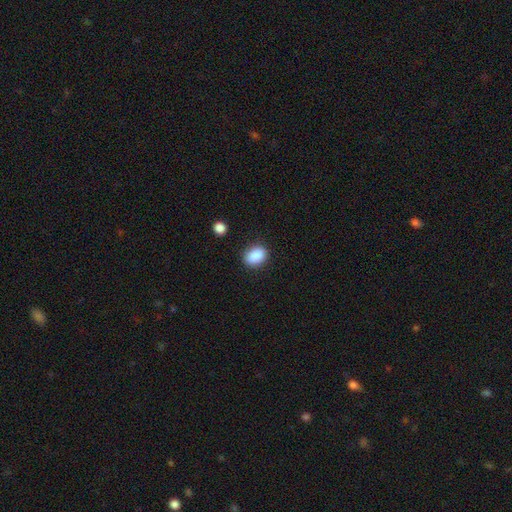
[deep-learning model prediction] smooth-or-featured: smooth: 88% | star or artifact: 8% | featured or disk: 3%
  how-rounded: in between: 70% | round: 28% | cigar-shaped: 1%
  merging: none: 85% | minor disturbance: 10% | major disturbance: 3% | merger: 2%